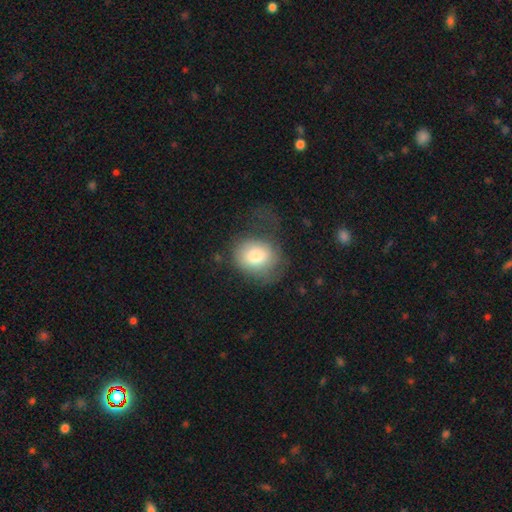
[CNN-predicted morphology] Q: Smooth or featured?
A: smooth (77%); runner-up: featured or disk (15%)
Q: How rounded?
A: round (55%); runner-up: in between (44%)
Q: Merging?
A: none (41%); runner-up: major disturbance (31%)